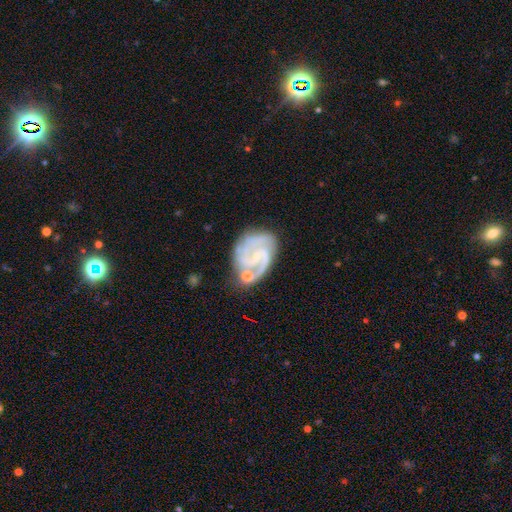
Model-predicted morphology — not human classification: smooth-or-featured: featured or disk: 88% | smooth: 6% | star or artifact: 6%
  disk-edge-on: no: 98% | yes: 2%
    bar: no: 51% | weak: 38% | strong: 11%
    has-spiral-arms: yes: 98% | no: 2%
      spiral-winding: tight: 47% | medium: 44% | loose: 9%
      spiral-arm-count: 3: 39% | 2: 38% | can't tell: 9% | 4: 6% | 1: 4% | more than 4: 4%
    bulge-size: small: 67% | none: 21% | moderate: 10% | large: 1% | dominant: 1%
  merging: none: 59% | minor disturbance: 20% | merger: 10% | major disturbance: 10%